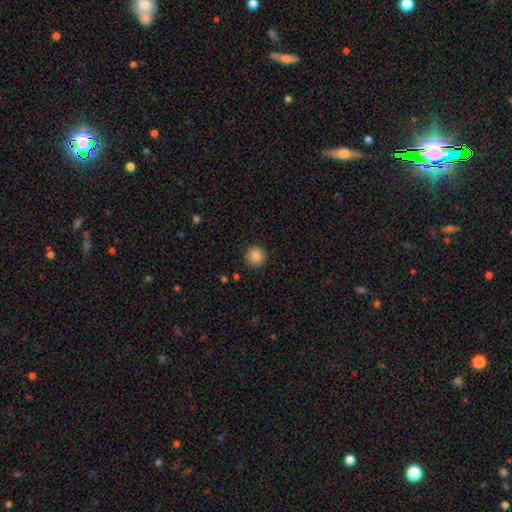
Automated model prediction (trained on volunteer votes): A smooth galaxy with no disk features (85%) that is round (94%).

Vote fractions:
- Smooth or featured? smooth: 85% / star or artifact: 9% / featured or disk: 6%
- How rounded? round: 94% / in between: 5% / cigar-shaped: 1%
- Merging? none: 91% / minor disturbance: 6% / major disturbance: 2% / merger: 1%